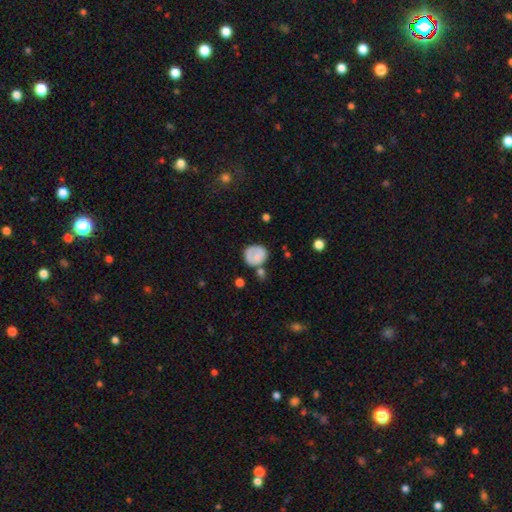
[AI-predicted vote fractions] smooth 72%, featured or disk 20%, star or artifact 8%. Down the decision tree: how rounded — round (71%); merging — none (57%).